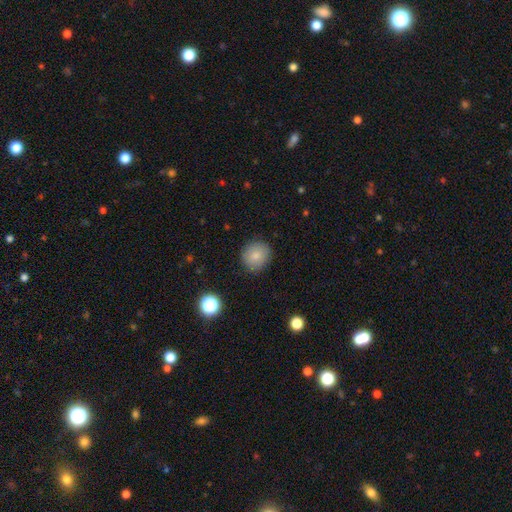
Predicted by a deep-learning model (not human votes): This is clearly a smooth galaxy (82%). How rounded: clearly round (86%). Merging: clearly none (86%).